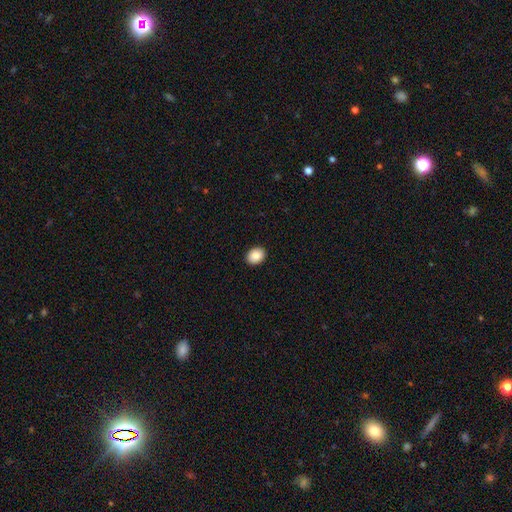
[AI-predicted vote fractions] smooth_or_featured: smooth (p=0.89) [alt: star or artifact p=0.08]
how_rounded: in between (p=0.53) [alt: round p=0.46]
merging: none (p=0.92) [alt: minor disturbance p=0.05]